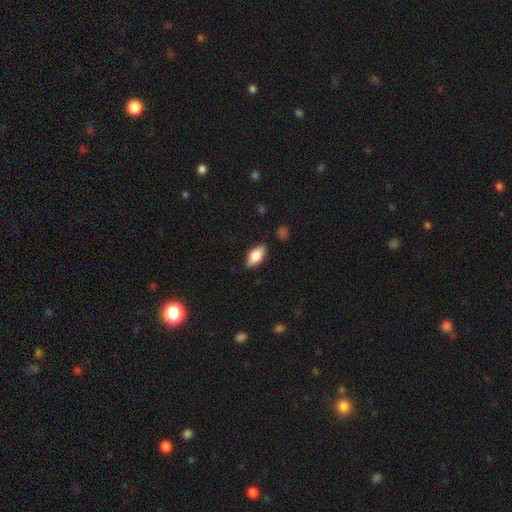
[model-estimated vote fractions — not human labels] Morphology: type=smooth (78%); roundness=in between (90%); merging=none (83%).